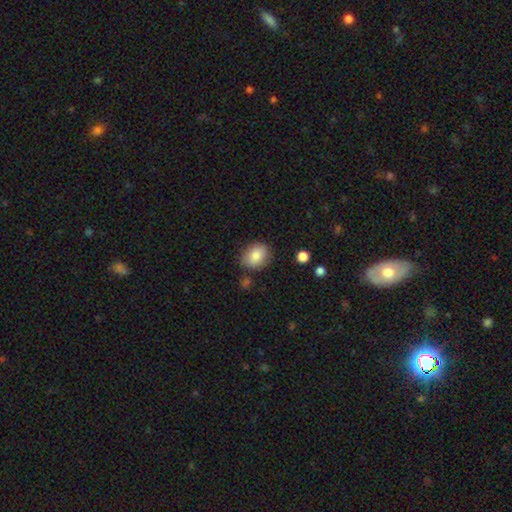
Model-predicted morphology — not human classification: A smooth galaxy with no disk features (84%) that is in between round and cigar-shaped (50%).

Vote fractions:
- Smooth or featured? smooth: 84% / featured or disk: 8% / star or artifact: 8%
- How rounded? in between: 50% / round: 49% / cigar-shaped: 1%
- Merging? none: 80% / minor disturbance: 14% / major disturbance: 3% / merger: 3%